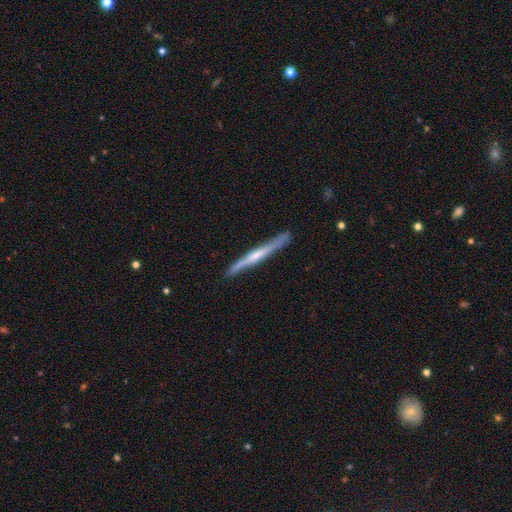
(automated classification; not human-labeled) smooth_or_featured: featured or disk (p=0.65) [alt: smooth p=0.30]
disk_edge_on: yes (p=0.95) [alt: no p=0.05]
edge_on_bulge: rounded (p=0.45) [alt: none p=0.41]
merging: none (p=0.84) [alt: minor disturbance p=0.12]